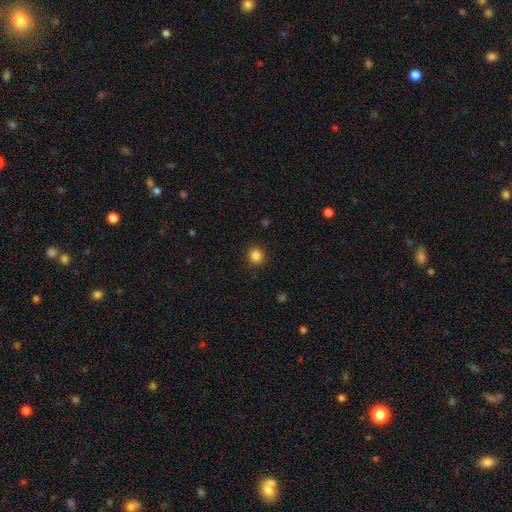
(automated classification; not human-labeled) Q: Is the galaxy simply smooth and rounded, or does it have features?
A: smooth — 85%.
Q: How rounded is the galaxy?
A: round — 89%.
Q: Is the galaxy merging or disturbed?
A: none — 91%.